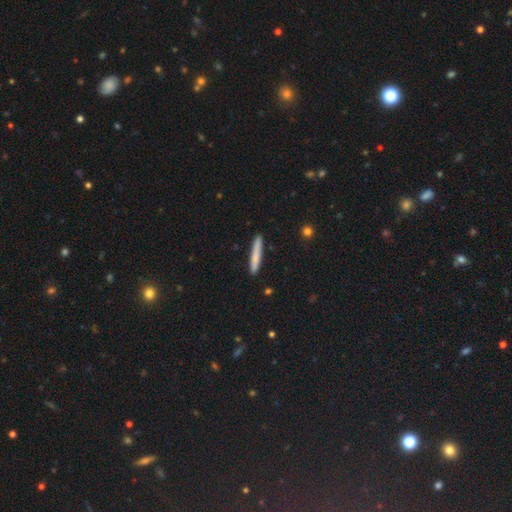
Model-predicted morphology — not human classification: smooth_or_featured: smooth (p=0.76) [alt: featured or disk p=0.19]
how_rounded: cigar-shaped (p=0.96) [alt: in between p=0.03]
merging: none (p=0.90) [alt: minor disturbance p=0.07]